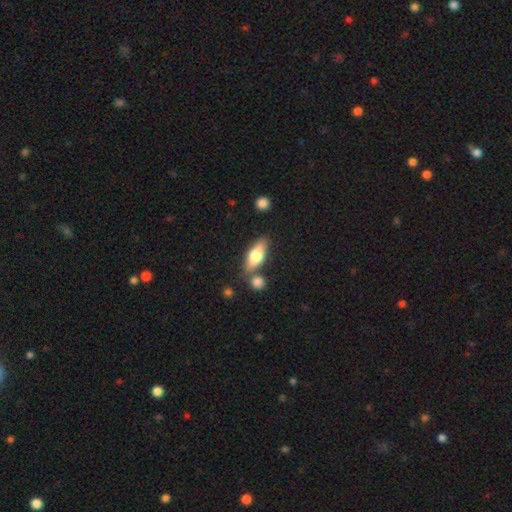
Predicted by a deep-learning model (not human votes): Smooth or featured?
  - smooth: 62% *
  - featured or disk: 32%
  - star or artifact: 7%
How rounded?
  - in between: 67% *
  - cigar-shaped: 29%
  - round: 4%
Merging?
  - none: 70% *
  - merger: 14%
  - minor disturbance: 13%
  - major disturbance: 4%